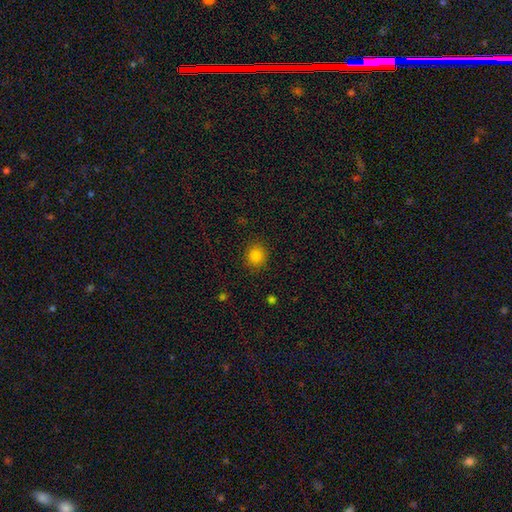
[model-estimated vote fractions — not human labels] Smooth or featured?
  - smooth: 84% *
  - star or artifact: 12%
  - featured or disk: 4%
How rounded?
  - round: 85% *
  - in between: 14%
  - cigar-shaped: 1%
Merging?
  - none: 88% *
  - minor disturbance: 8%
  - major disturbance: 3%
  - merger: 1%